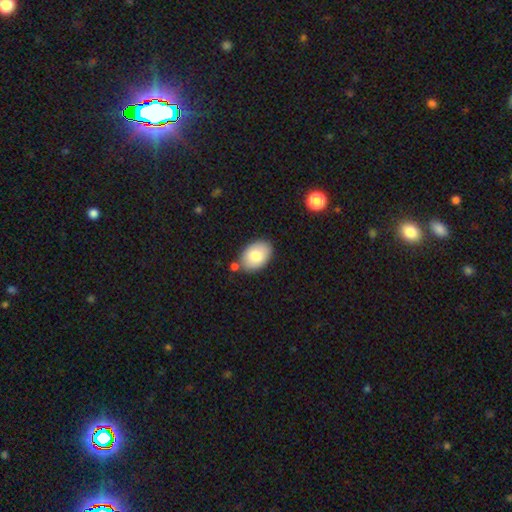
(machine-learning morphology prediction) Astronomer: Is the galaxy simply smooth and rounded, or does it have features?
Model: smooth — 80%.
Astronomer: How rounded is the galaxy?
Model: in between — 86%.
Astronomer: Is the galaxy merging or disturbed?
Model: none — 77%.